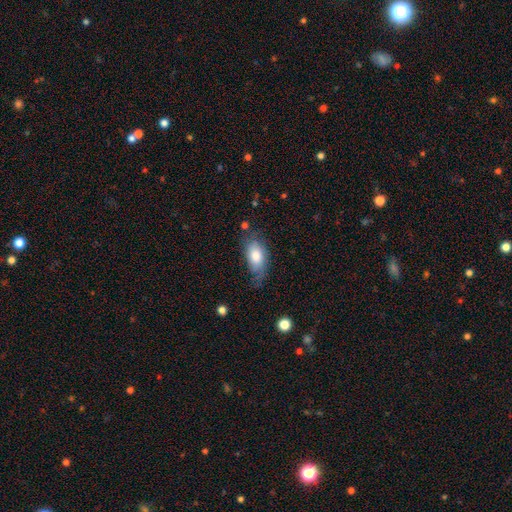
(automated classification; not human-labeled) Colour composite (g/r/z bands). It shows a smooth galaxy with no disk features (72%) that is in between round and cigar-shaped (91%). Merging: none (52%).